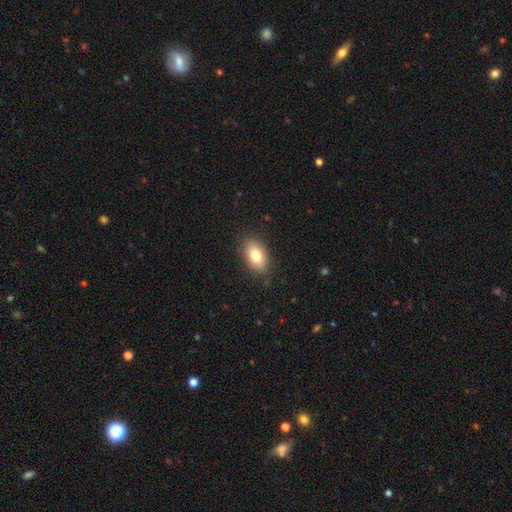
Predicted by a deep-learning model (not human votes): This is likely a smooth galaxy (80%). How rounded: clearly in between (90%). Merging: clearly none (85%).